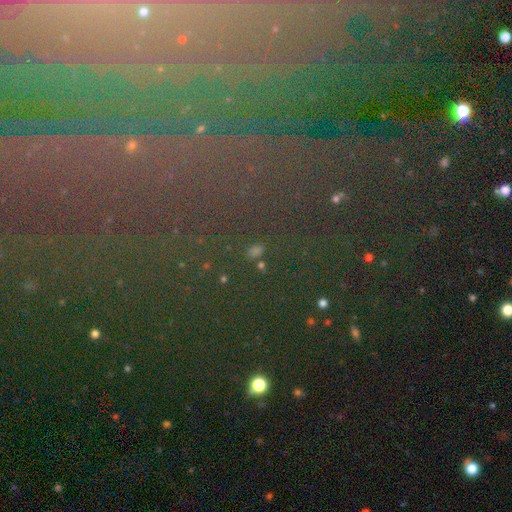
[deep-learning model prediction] Smooth or featured: star or artifact — 71% (featured or disk — 15%)